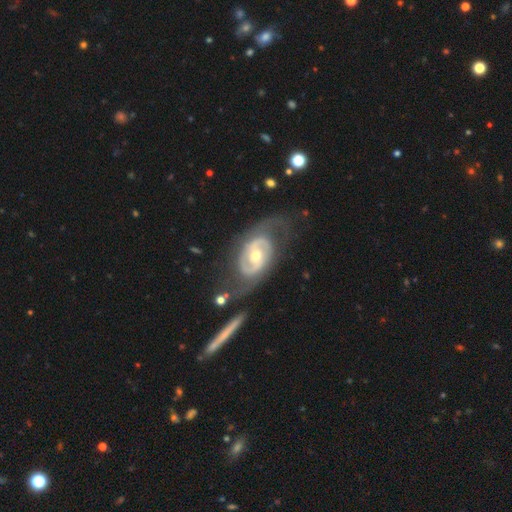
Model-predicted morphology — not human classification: Q: Smooth or featured?
A: featured or disk (86%); runner-up: smooth (10%)
Q: Edge-on disk?
A: no (96%); runner-up: yes (4%)
Q: Bar?
A: no (49%); runner-up: weak (32%)
Q: Spiral arms?
A: yes (86%); runner-up: no (14%)
Q: Spiral winding?
A: tight (41%); tied with: medium (41%)
Q: Spiral arm count?
A: 2 (83%); runner-up: can't tell (9%)
Q: Bulge size?
A: moderate (69%); runner-up: small (25%)
Q: Merging?
A: none (59%); runner-up: minor disturbance (19%)